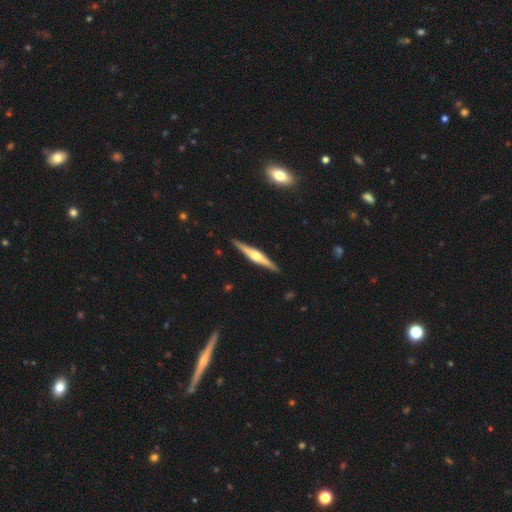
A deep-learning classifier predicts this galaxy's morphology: A featured or disk galaxy (76%) viewed edge-on (98%) with a rounded central bulge (90%). Merging: none (91%).